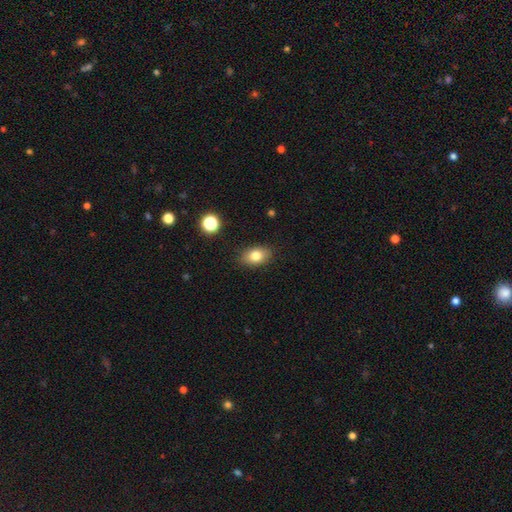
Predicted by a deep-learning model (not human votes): A smooth galaxy with no disk features (79%) that is in between round and cigar-shaped (83%).

Vote fractions:
- Smooth or featured? smooth: 79% / featured or disk: 11% / star or artifact: 10%
- How rounded? in between: 83% / round: 15% / cigar-shaped: 2%
- Merging? none: 86% / minor disturbance: 10% / major disturbance: 2% / merger: 1%